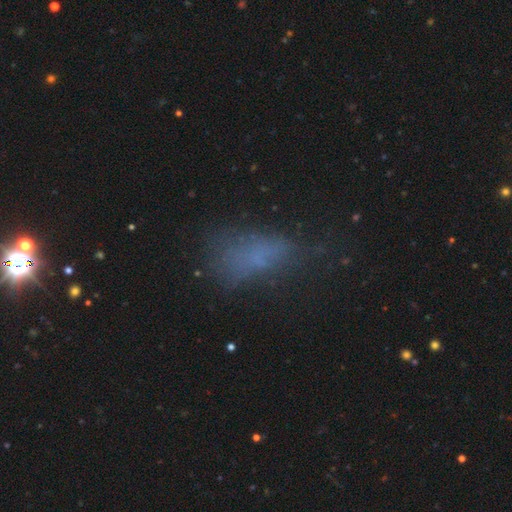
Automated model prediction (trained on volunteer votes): Smooth or featured?
  - smooth: 55% *
  - star or artifact: 25%
  - featured or disk: 20%
How rounded?
  - in between: 77% *
  - cigar-shaped: 15%
  - round: 8%
Merging?
  - none: 40% *
  - major disturbance: 29%
  - minor disturbance: 26%
  - merger: 4%